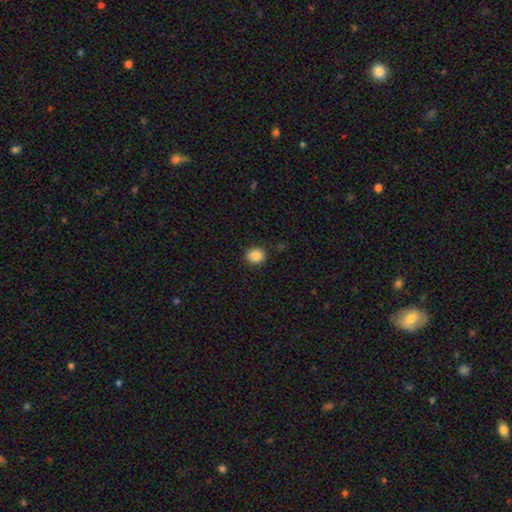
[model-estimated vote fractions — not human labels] Smooth or featured? Predicted: smooth (p=0.87). How rounded? Predicted: round (p=0.78). Merging? Predicted: none (p=0.87).